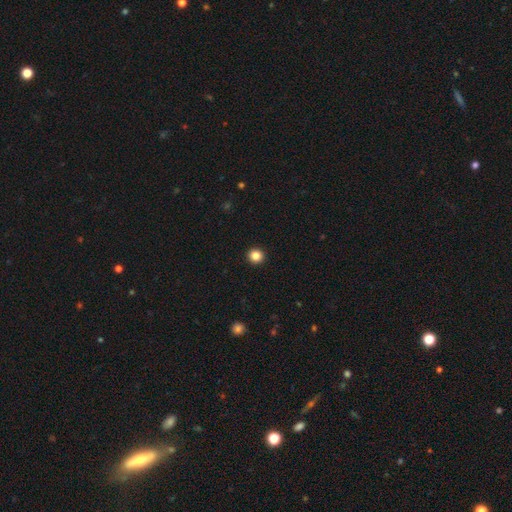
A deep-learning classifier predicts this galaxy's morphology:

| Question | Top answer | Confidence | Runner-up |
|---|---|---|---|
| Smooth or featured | smooth | 85% | star or artifact (11%) |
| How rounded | round | 94% | in between (5%) |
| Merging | none | 94% | minor disturbance (4%) |